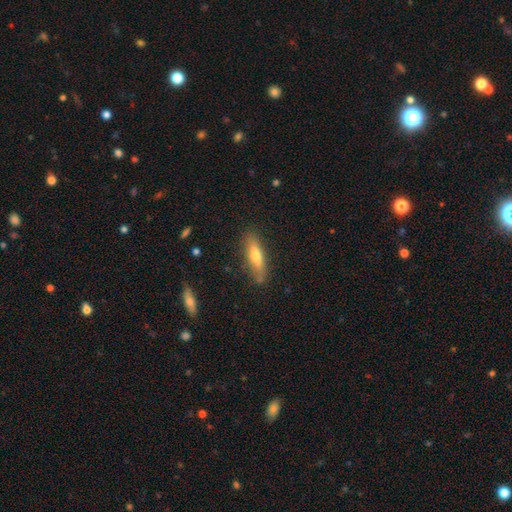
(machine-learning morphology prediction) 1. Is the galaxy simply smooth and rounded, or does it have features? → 62% smooth, 31% featured or disk, 7% star or artifact.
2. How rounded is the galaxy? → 68% cigar-shaped, 30% in between, 2% round.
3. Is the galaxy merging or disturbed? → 81% none, 14% minor disturbance, 3% major disturbance, 2% merger.